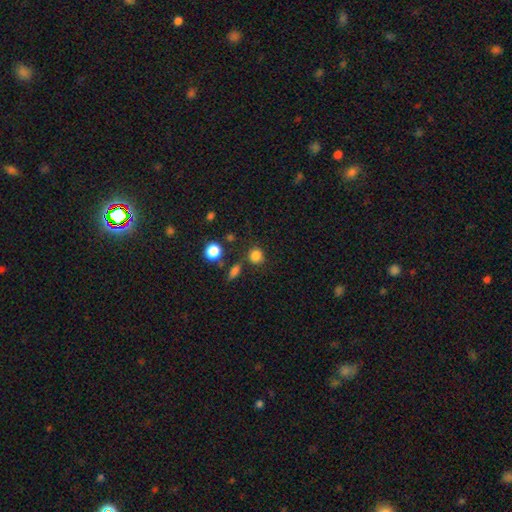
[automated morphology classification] Overall: smooth (83%). How rounded: round (83%). Merging: none (75%).